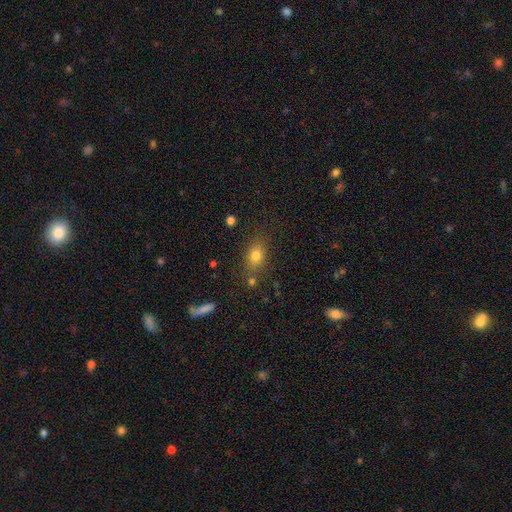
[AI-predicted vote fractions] Smooth or featured?
  - smooth: 76% *
  - star or artifact: 13%
  - featured or disk: 11%
How rounded?
  - in between: 68% *
  - round: 25%
  - cigar-shaped: 6%
Merging?
  - none: 75% *
  - minor disturbance: 14%
  - merger: 6%
  - major disturbance: 5%